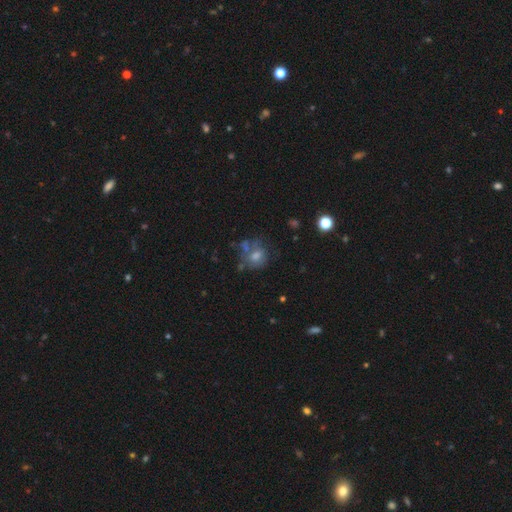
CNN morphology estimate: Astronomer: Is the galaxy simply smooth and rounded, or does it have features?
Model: smooth — 51% (runner-up: featured or disk, 29%).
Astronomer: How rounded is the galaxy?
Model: round — 73%.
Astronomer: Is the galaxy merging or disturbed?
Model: none — 49%.